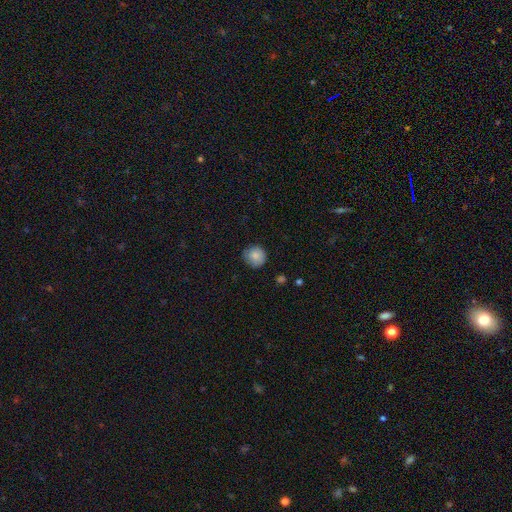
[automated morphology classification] A smooth galaxy with no disk features (83%) that is round (90%). Merging: none (79%).